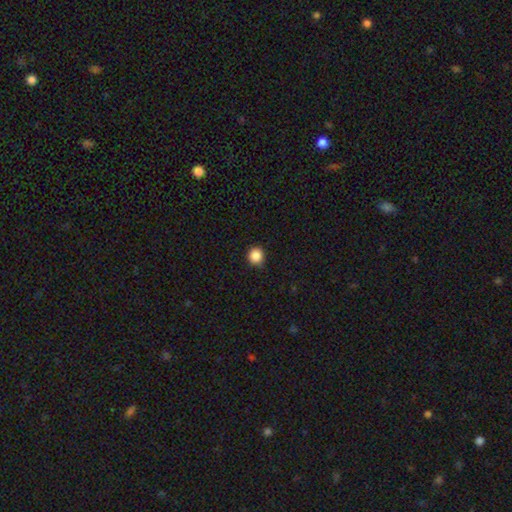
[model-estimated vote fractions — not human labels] Overall: smooth (86%). How rounded: round (92%). Merging: none (88%).